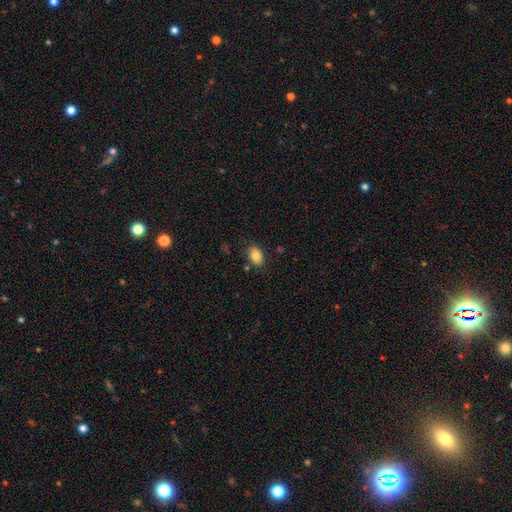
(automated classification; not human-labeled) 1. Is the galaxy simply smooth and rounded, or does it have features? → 84% smooth, 8% featured or disk, 8% star or artifact.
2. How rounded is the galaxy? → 87% in between, 12% round, 1% cigar-shaped.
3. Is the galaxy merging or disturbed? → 84% none, 11% minor disturbance, 3% major disturbance, 3% merger.